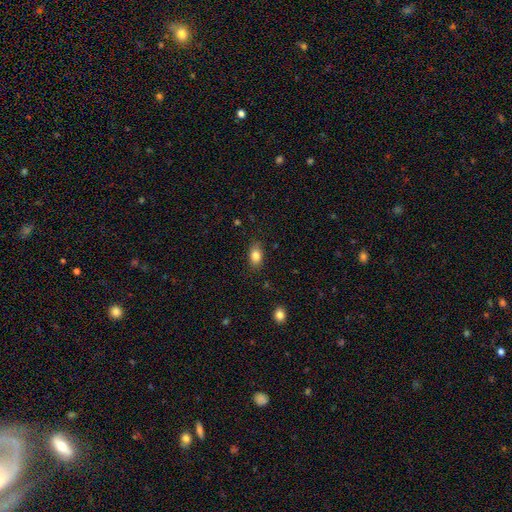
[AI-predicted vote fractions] A smooth galaxy with no disk features (83%) that is in between round and cigar-shaped (83%).

Vote fractions:
- Smooth or featured? smooth: 83% / star or artifact: 9% / featured or disk: 8%
- How rounded? in between: 83% / round: 14% / cigar-shaped: 3%
- Merging? none: 84% / minor disturbance: 12% / major disturbance: 3% / merger: 1%